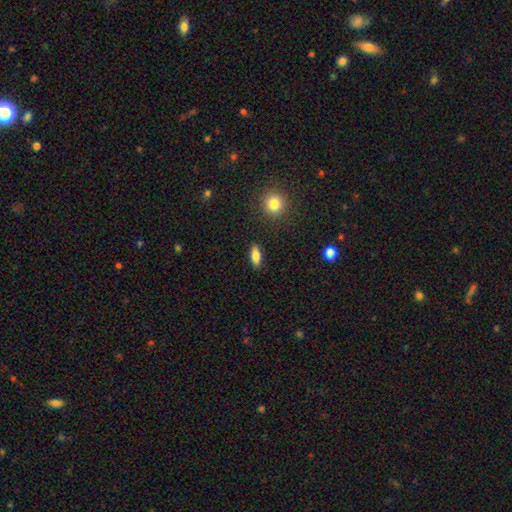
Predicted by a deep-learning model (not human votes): smooth-or-featured: smooth: 78% | featured or disk: 14% | star or artifact: 8%
  how-rounded: in between: 69% | cigar-shaped: 27% | round: 4%
  merging: none: 88% | minor disturbance: 8% | major disturbance: 2% | merger: 2%